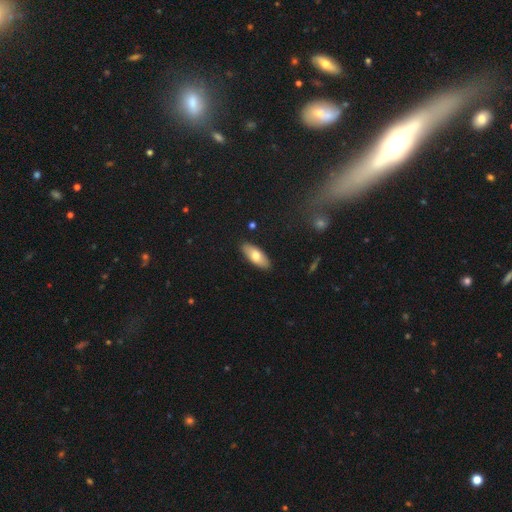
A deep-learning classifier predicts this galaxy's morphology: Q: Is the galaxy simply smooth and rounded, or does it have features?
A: smooth — 72%.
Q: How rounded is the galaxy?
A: in between — 80%.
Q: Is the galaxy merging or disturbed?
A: none — 89%.